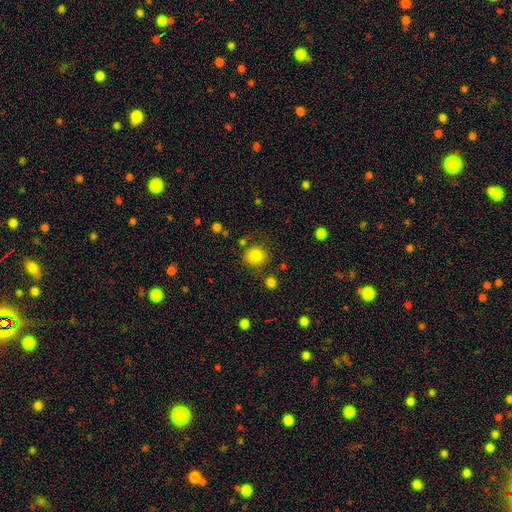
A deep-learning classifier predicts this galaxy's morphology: Smooth or featured? Predicted: smooth (p=0.83). How rounded? Predicted: round (p=0.85). Merging? Predicted: none (p=0.79).